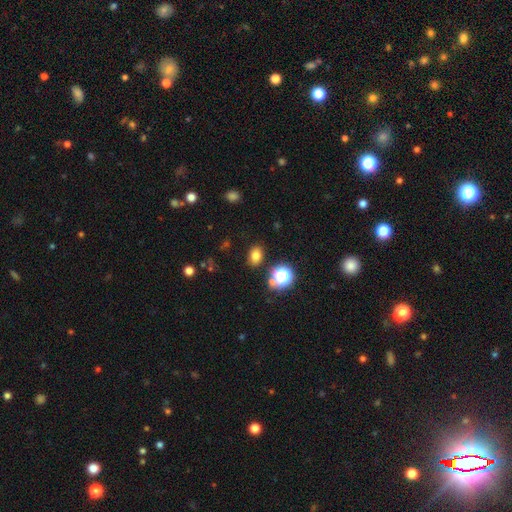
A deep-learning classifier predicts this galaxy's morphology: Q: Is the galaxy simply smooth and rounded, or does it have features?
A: smooth — 76%.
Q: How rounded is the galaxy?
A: in between — 70%.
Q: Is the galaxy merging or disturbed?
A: none — 84%.